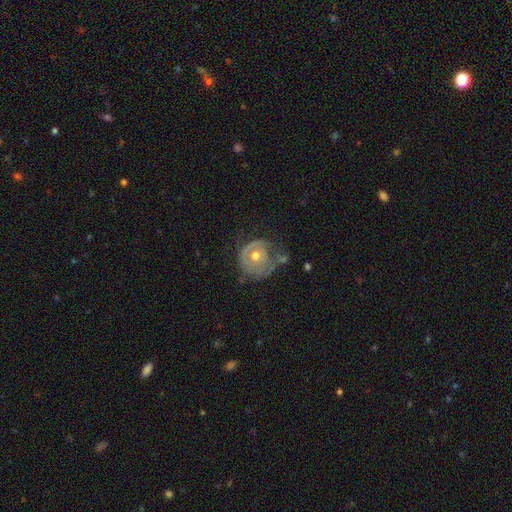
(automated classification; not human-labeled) Morphology: type=featured or disk (64%); edge-on=no (97%); bar=no (85%); spiral arms=yes (53%); bulge=moderate (74%); merging=none (45%).